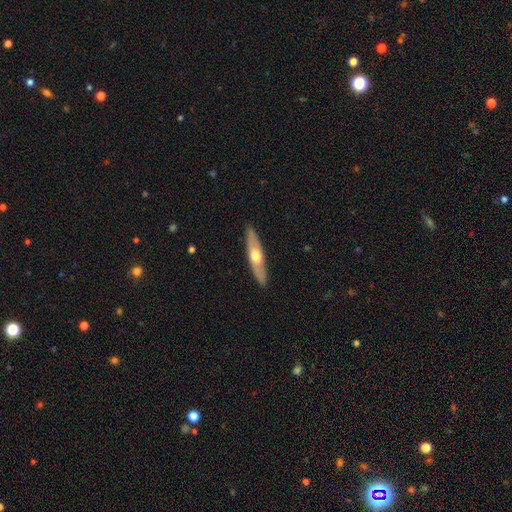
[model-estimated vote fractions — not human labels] Smooth or featured? featured or disk (52%)
Edge-on disk? yes (78%)
Merging? none (89%)